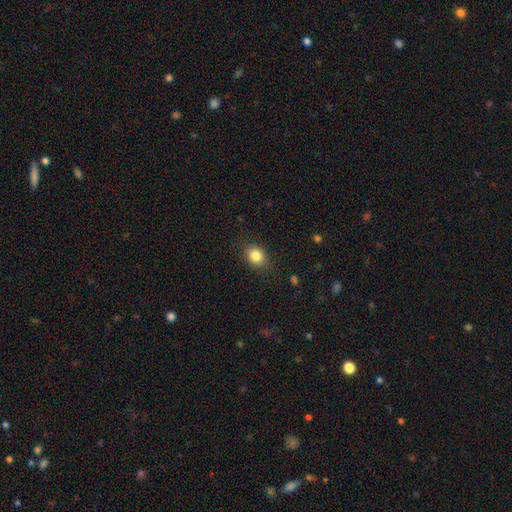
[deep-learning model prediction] Smooth or featured? Predicted: smooth (p=0.84). How rounded? Predicted: in between (p=0.50). Merging? Predicted: none (p=0.85).